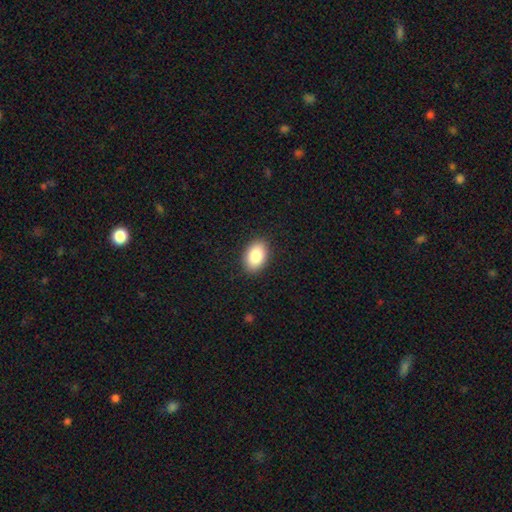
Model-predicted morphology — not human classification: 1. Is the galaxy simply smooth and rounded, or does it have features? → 86% smooth, 7% star or artifact, 7% featured or disk.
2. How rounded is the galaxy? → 89% in between, 10% round, 1% cigar-shaped.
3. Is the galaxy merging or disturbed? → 89% none, 8% minor disturbance, 2% major disturbance, 1% merger.